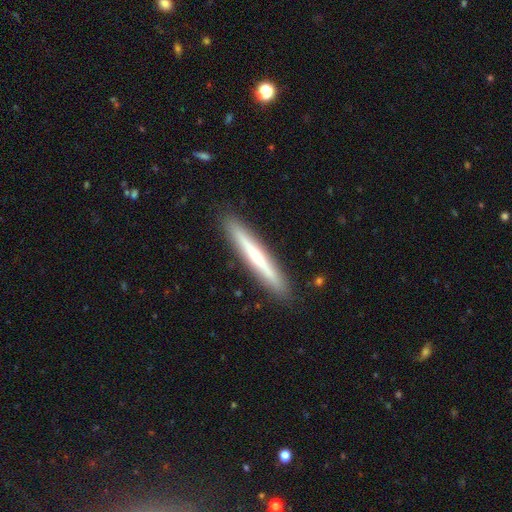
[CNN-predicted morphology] Smooth or featured? Predicted: featured or disk (p=0.52). Edge-on disk? Predicted: yes (p=0.94). Merging? Predicted: none (p=0.91).